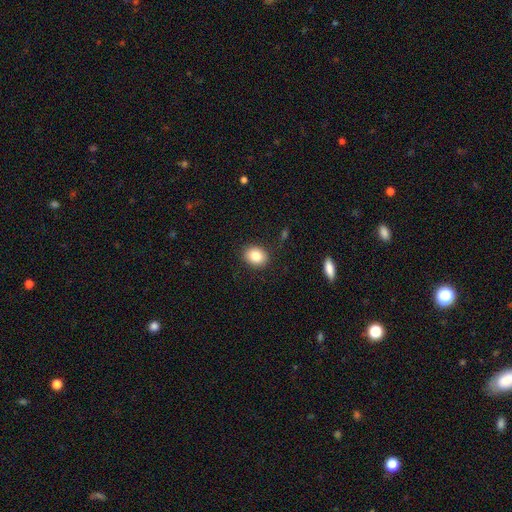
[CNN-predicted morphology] Smooth or featured? Predicted: smooth (p=0.84). How rounded? Predicted: round (p=0.55). Merging? Predicted: none (p=0.88).